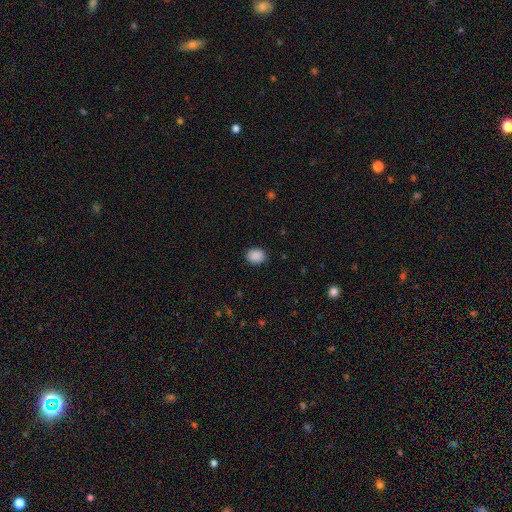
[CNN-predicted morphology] smooth_or_featured: smooth (p=0.90) [alt: star or artifact p=0.08]
how_rounded: round (p=0.51) [alt: in between p=0.48]
merging: none (p=0.89) [alt: minor disturbance p=0.07]